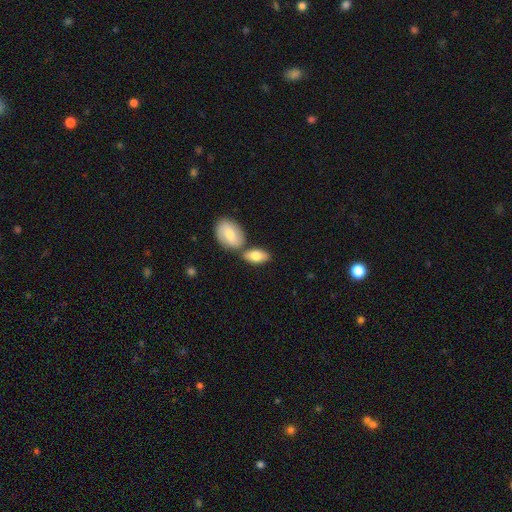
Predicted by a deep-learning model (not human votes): A smooth galaxy with no disk features (77%) that is in between round and cigar-shaped (88%). Merging: none (57%).